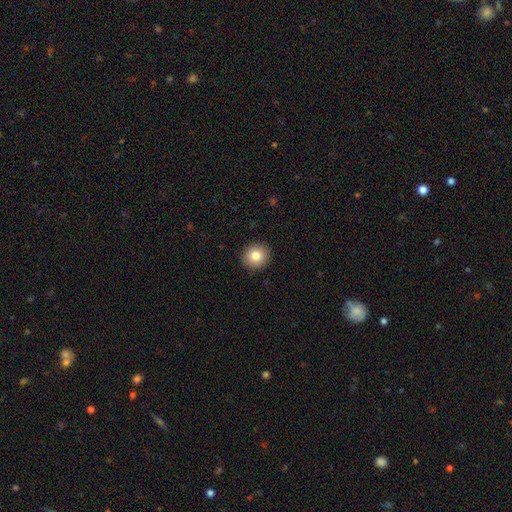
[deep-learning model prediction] Smooth or featured?
  - smooth: 82% *
  - star or artifact: 10%
  - featured or disk: 8%
How rounded?
  - round: 90% *
  - in between: 9%
  - cigar-shaped: 1%
Merging?
  - none: 92% *
  - minor disturbance: 5%
  - major disturbance: 2%
  - merger: 1%